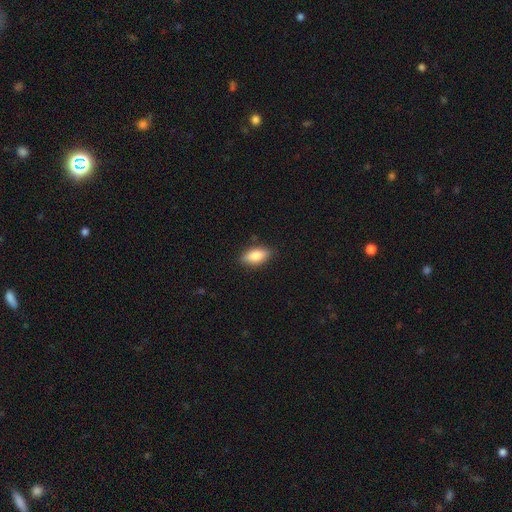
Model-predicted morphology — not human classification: This is likely a smooth galaxy (79%). How rounded: clearly in between (86%). Merging: clearly none (85%).